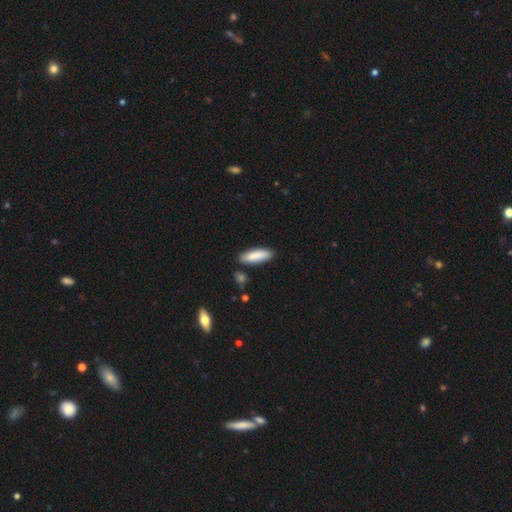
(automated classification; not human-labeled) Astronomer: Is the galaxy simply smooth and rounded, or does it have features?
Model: smooth — 87%.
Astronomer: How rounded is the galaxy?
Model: cigar-shaped — 51% (runner-up: in between, 47%).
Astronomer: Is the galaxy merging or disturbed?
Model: none — 84%.